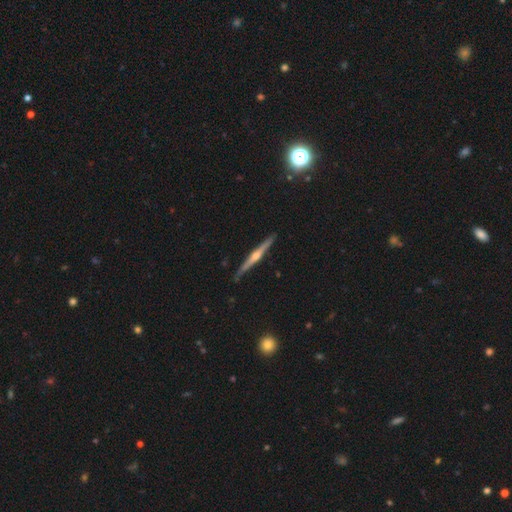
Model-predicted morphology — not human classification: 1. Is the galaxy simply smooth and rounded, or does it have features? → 78% featured or disk, 17% smooth, 5% star or artifact.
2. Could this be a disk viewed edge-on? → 98% yes, 2% no.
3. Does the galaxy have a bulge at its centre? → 88% rounded, 7% none, 4% boxy.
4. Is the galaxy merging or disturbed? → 88% none, 9% minor disturbance, 1% major disturbance, 1% merger.